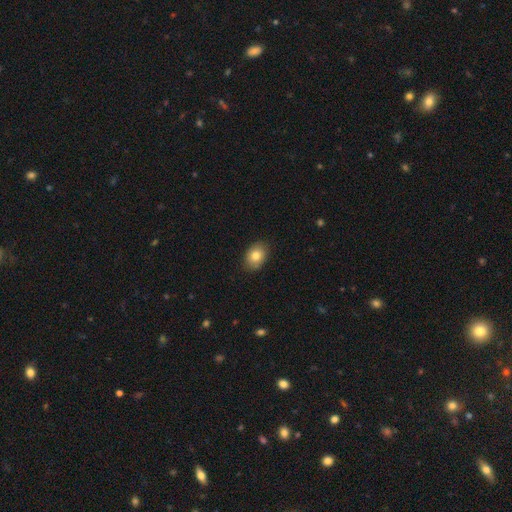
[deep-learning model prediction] Q: Smooth or featured?
A: smooth (83%); runner-up: featured or disk (9%)
Q: How rounded?
A: in between (74%); runner-up: round (25%)
Q: Merging?
A: none (87%); runner-up: minor disturbance (10%)